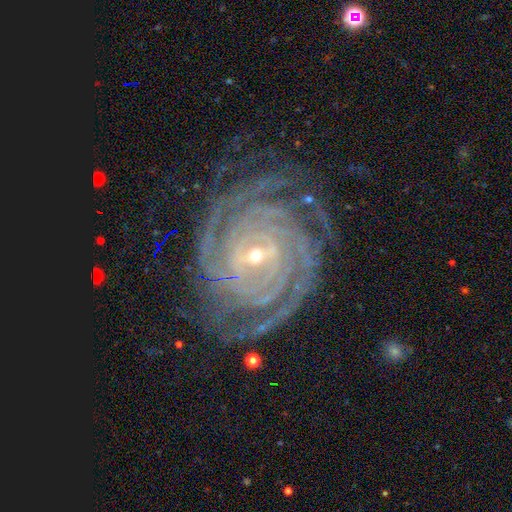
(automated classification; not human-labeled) This is clearly a featured or disk galaxy (91%). It is clearly not viewed edge-on (97%). Bar: marginally weak (40%). Spiral arm pattern: clearly yes (99%). Spiral arm count: marginally 4 (25%). Spiral winding: clearly tight (86%). Central bulge: likely small (72%). Merging: likely none (79%).